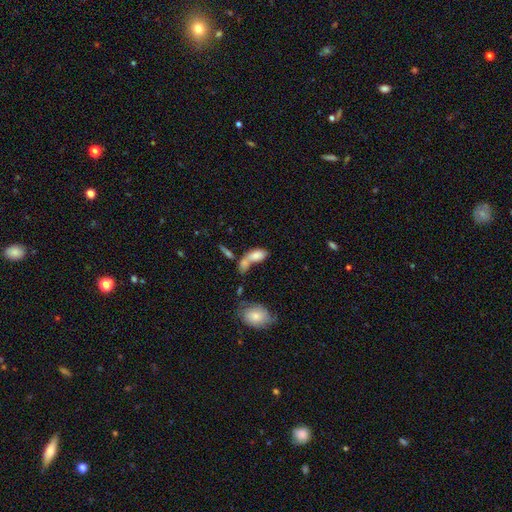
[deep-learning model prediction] Smooth or featured: smooth — 73% (featured or disk — 18%)
How rounded: in between — 84% (cigar-shaped — 10%)
Merging: merger — 57% (none — 23%)